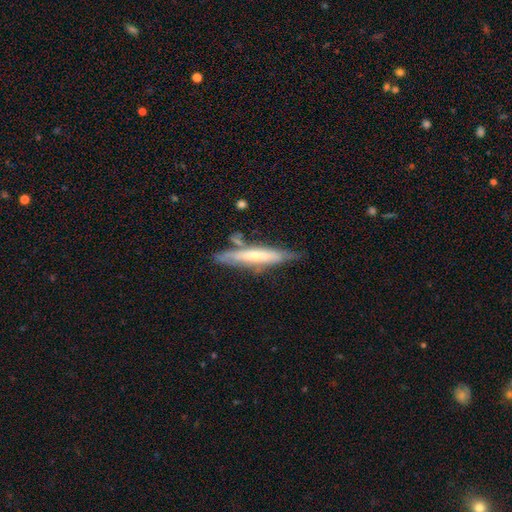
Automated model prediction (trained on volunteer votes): smooth_or_featured: featured or disk (p=0.51) [alt: smooth p=0.43]
disk_edge_on: yes (p=0.84) [alt: no p=0.16]
merging: none (p=0.65) [alt: minor disturbance p=0.21]